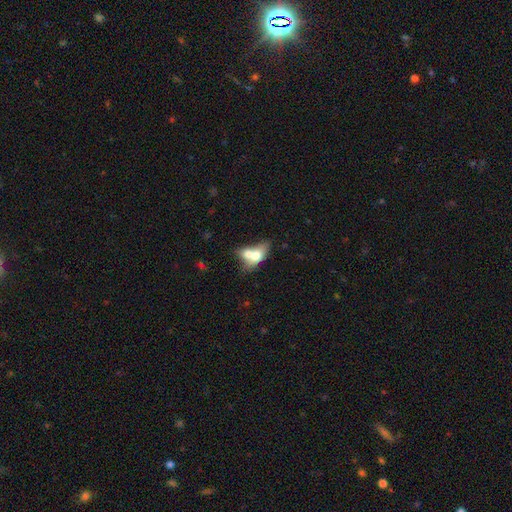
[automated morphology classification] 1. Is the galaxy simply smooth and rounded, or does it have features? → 64% smooth, 29% featured or disk, 7% star or artifact.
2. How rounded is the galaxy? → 75% in between, 16% round, 8% cigar-shaped.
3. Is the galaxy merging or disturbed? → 70% merger, 17% none, 7% minor disturbance, 5% major disturbance.